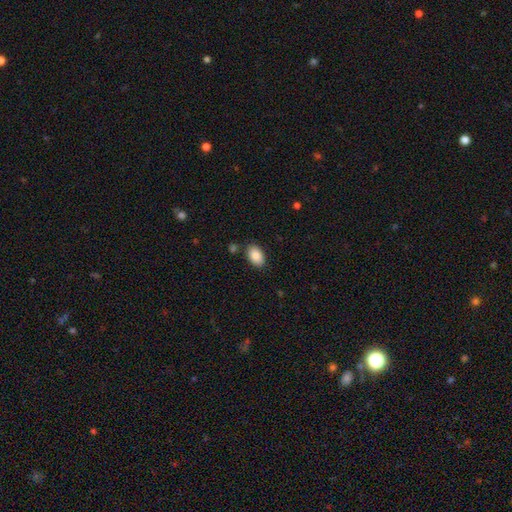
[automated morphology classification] The model was most divided on "merging": none: 84%, minor disturbance: 10%, merger: 3%, major disturbance: 2%. More confident: how rounded — in between (92%); smooth or featured — smooth (88%).